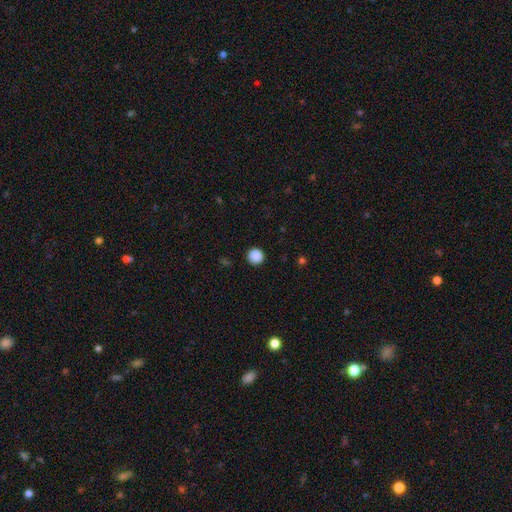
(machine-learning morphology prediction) This is clearly a smooth galaxy (88%). How rounded: clearly round (95%). Merging: clearly none (92%).